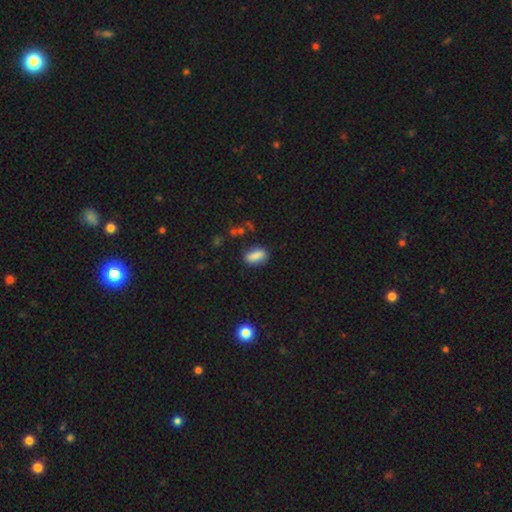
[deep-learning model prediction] Q: Smooth or featured?
A: smooth (84%); runner-up: star or artifact (9%)
Q: How rounded?
A: in between (79%); runner-up: cigar-shaped (14%)
Q: Merging?
A: none (81%); runner-up: minor disturbance (13%)